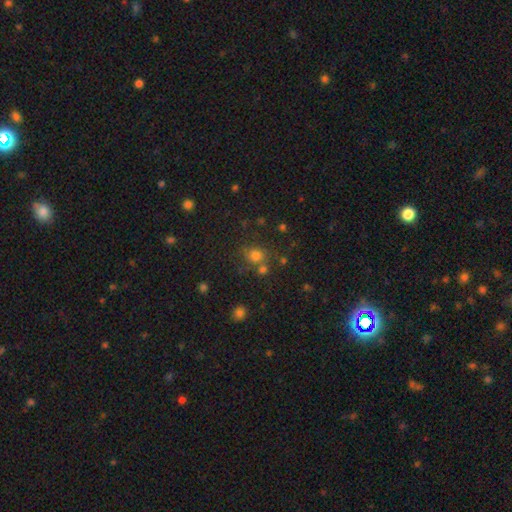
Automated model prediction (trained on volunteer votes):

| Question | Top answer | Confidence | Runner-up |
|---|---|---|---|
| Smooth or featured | smooth | 73% | star or artifact (18%) |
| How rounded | round | 77% | in between (22%) |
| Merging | none | 63% | merger (18%) |